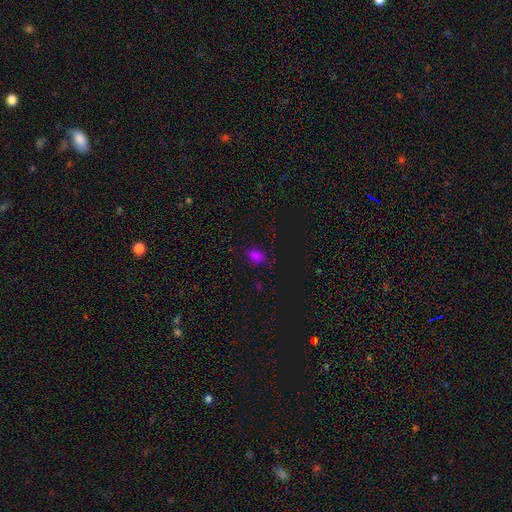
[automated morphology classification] Q: Smooth or featured?
A: smooth (76%); runner-up: star or artifact (20%)
Q: How rounded?
A: in between (73%); runner-up: round (25%)
Q: Merging?
A: none (81%); runner-up: minor disturbance (14%)